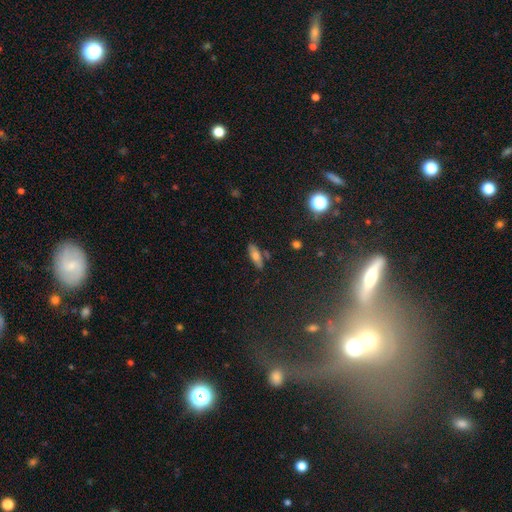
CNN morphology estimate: smooth-or-featured: smooth: 71% | featured or disk: 18% | star or artifact: 11%
  how-rounded: in between: 59% | cigar-shaped: 38% | round: 3%
  merging: none: 75% | minor disturbance: 15% | merger: 6% | major disturbance: 4%